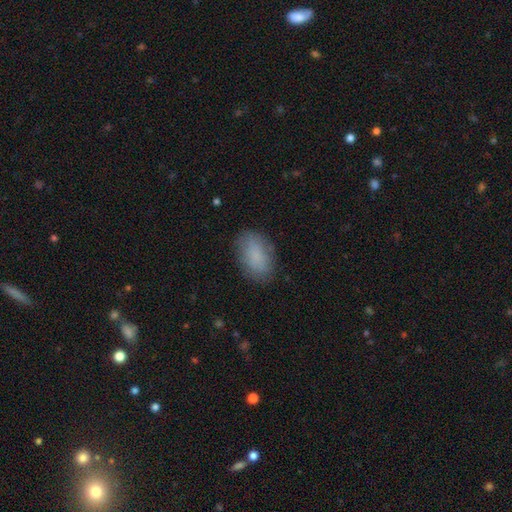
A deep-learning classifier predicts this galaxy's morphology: Q: Smooth or featured?
A: smooth (83%); runner-up: featured or disk (9%)
Q: How rounded?
A: in between (91%); runner-up: round (7%)
Q: Merging?
A: none (80%); runner-up: minor disturbance (14%)